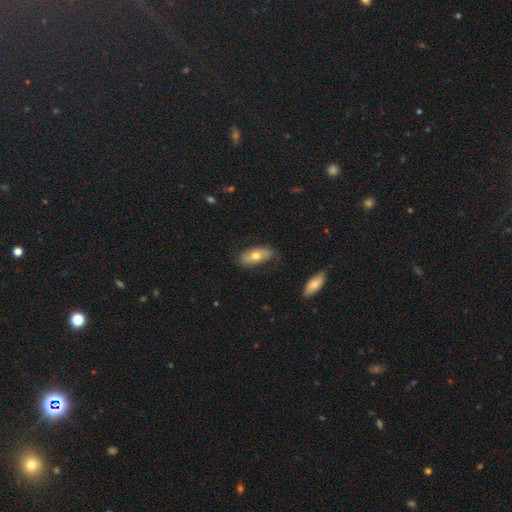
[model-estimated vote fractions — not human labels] smooth 61%, featured or disk 33%, star or artifact 6%. Down the decision tree: how rounded — in between (84%); merging — none (77%).